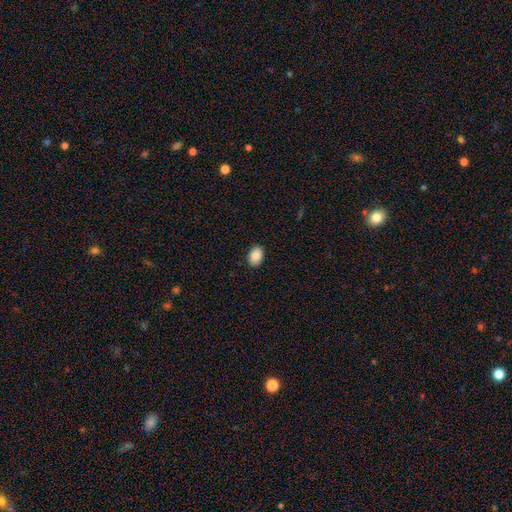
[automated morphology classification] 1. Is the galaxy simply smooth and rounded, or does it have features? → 88% smooth, 7% star or artifact, 4% featured or disk.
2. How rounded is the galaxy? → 81% in between, 18% round, 1% cigar-shaped.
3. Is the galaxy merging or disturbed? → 89% none, 8% minor disturbance, 2% major disturbance, 1% merger.